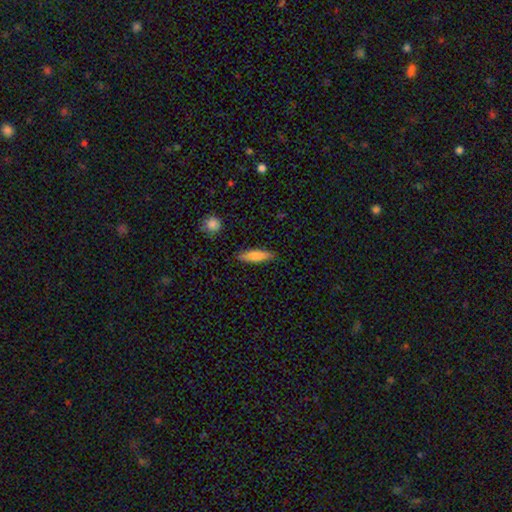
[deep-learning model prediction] A smooth galaxy with no disk features (72%) that is cigar-shaped (65%). Merging: none (85%).